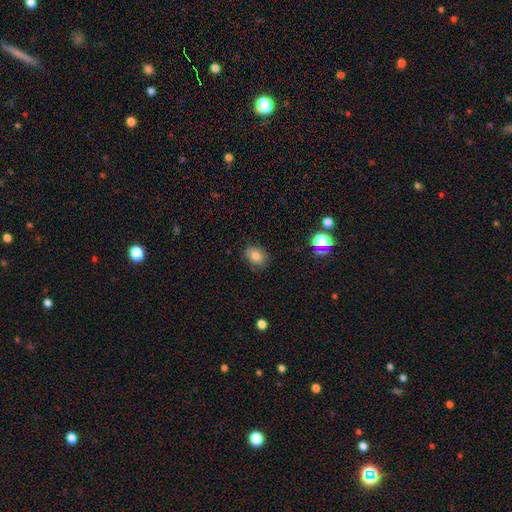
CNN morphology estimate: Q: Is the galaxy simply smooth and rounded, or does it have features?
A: smooth — 78%.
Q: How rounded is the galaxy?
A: in between — 54%.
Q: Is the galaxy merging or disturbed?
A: none — 83%.